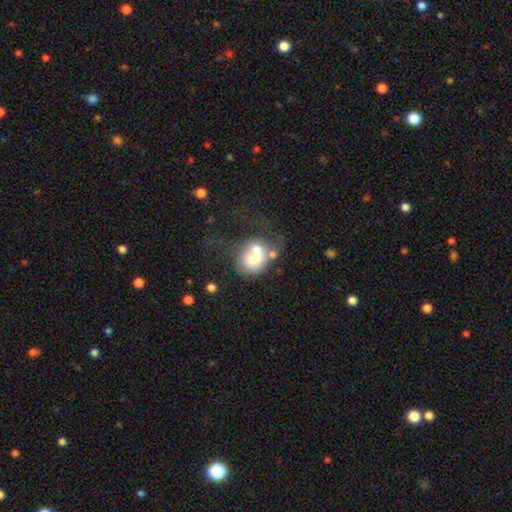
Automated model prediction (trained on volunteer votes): A smooth galaxy with no disk features (55%) that is round (61%). Merging: merger (49%).